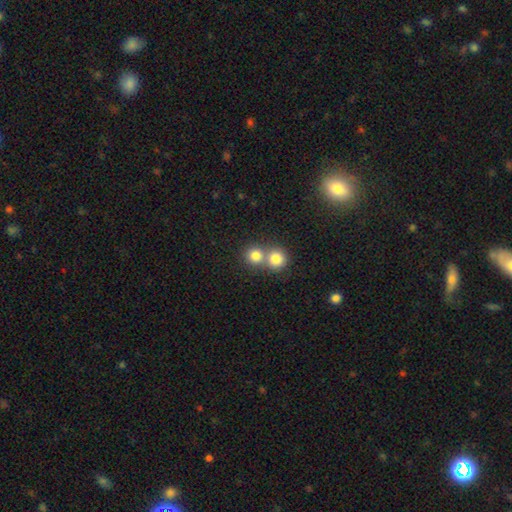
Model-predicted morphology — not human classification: Smooth or featured? Predicted: smooth (p=0.80). How rounded? Predicted: round (p=0.89). Merging? Predicted: merger (p=0.49).